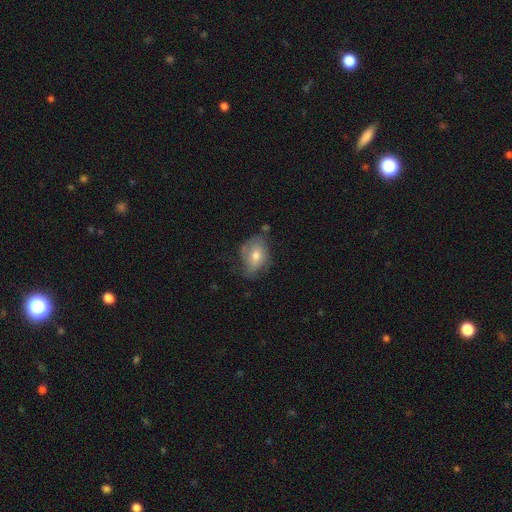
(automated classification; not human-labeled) Overall: smooth (55%; featured or disk 37%). How rounded: in between (74%). Merging: none (44%; minor disturbance 35%).